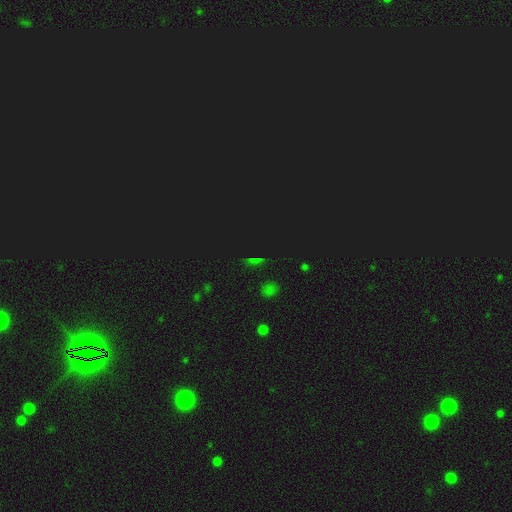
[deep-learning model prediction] Smooth or featured? Predicted: star or artifact (p=0.69).